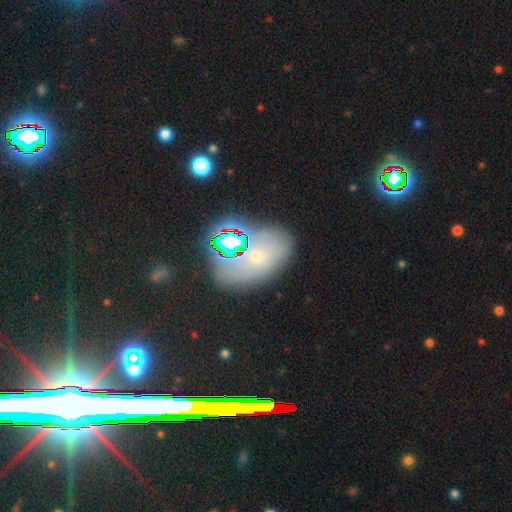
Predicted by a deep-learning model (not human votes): The model was most divided on "smooth or featured": smooth: 45%, star or artifact: 29%, featured or disk: 26%. More confident: merging — none (68%).